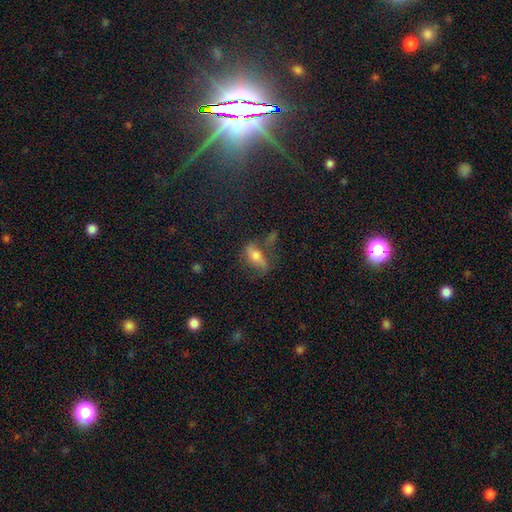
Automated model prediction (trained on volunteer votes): The model was most divided on "smooth or featured": smooth: 52%, featured or disk: 35%, star or artifact: 14%. Remaining: how rounded — in between (79%); merging — none (46%).